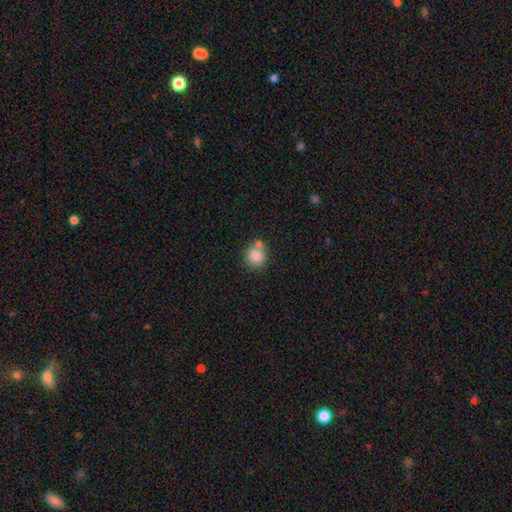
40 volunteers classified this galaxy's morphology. smooth_or_featured: smooth (p=0.85) [alt: star or artifact p=0.10]
how_rounded: round (p=0.91) [alt: in between p=0.09]
merging: none (p=0.72) [alt: merger p=0.17]